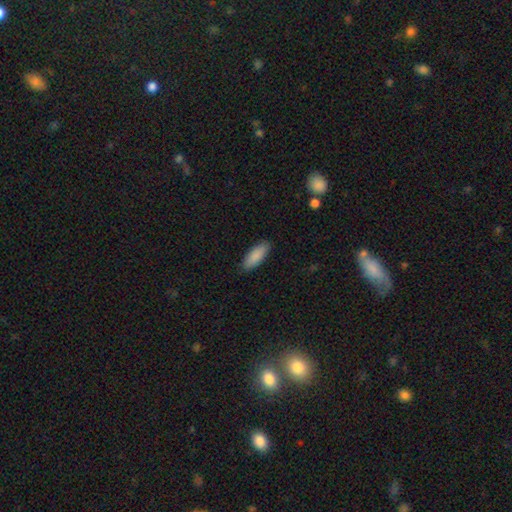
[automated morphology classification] A smooth galaxy with no disk features (89%) that is in between round and cigar-shaped (71%). Merging: none (88%).